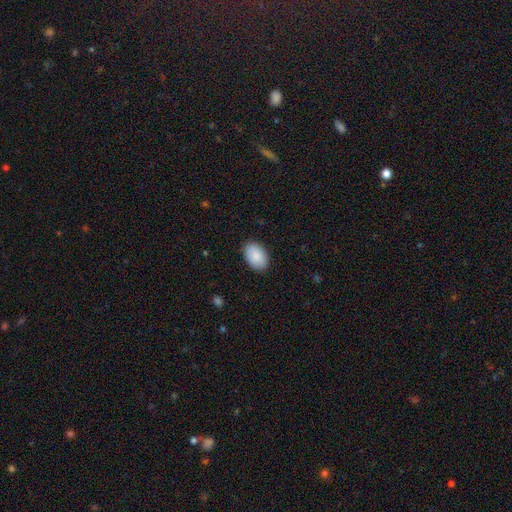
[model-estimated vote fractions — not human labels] This appears to be a smooth galaxy with no disk features (89%) that is in between round and cigar-shaped (90%). Merging: none (88%).